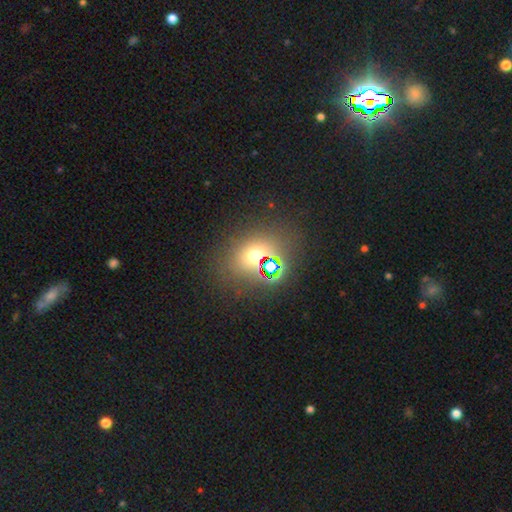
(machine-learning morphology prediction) smooth-or-featured: smooth: 52% | star or artifact: 36% | featured or disk: 12%
  how-rounded: round: 55% | in between: 43% | cigar-shaped: 2%
  merging: none: 71% | minor disturbance: 11% | merger: 11% | major disturbance: 7%